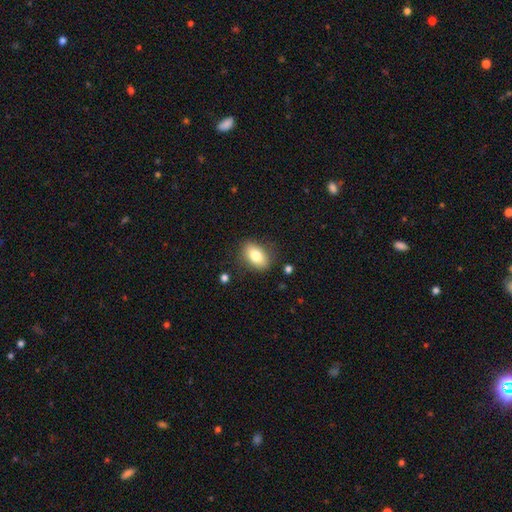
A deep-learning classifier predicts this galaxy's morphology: This is clearly a smooth galaxy (80%). How rounded: clearly in between (87%). Merging: clearly none (83%).